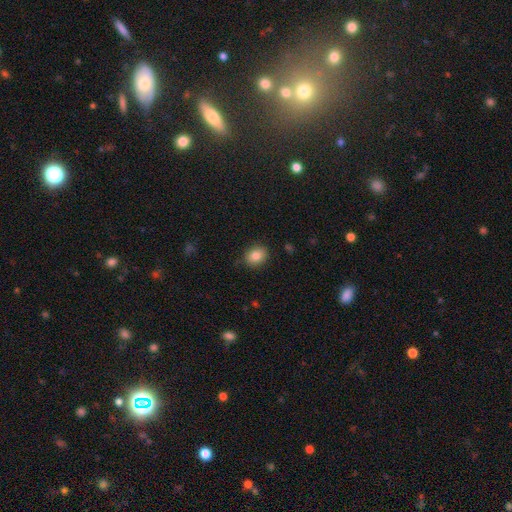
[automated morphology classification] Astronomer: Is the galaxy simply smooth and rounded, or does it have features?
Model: smooth — 83%.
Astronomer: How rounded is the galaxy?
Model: round — 57% (runner-up: in between, 42%).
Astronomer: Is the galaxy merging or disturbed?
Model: none — 87%.